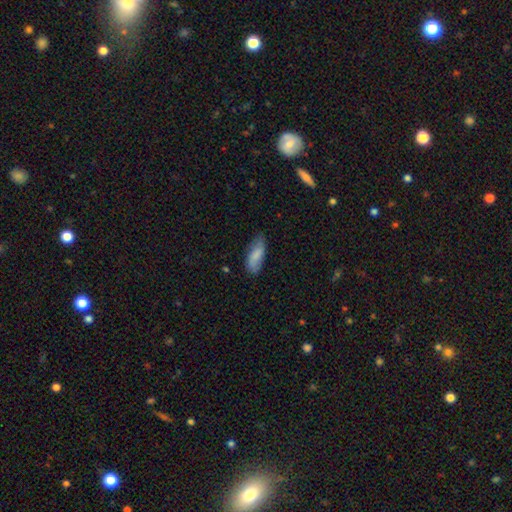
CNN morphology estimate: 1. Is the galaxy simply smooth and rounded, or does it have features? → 79% smooth, 14% featured or disk, 6% star or artifact.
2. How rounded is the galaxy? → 73% in between, 25% cigar-shaped, 2% round.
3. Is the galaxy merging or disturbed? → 66% none, 27% minor disturbance, 5% major disturbance, 2% merger.